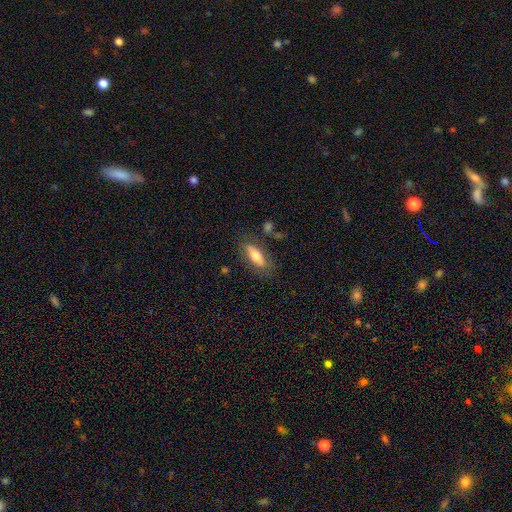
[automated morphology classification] Q: Smooth or featured?
A: smooth (65%); runner-up: featured or disk (28%)
Q: How rounded?
A: in between (67%); runner-up: cigar-shaped (30%)
Q: Merging?
A: none (76%); runner-up: minor disturbance (16%)